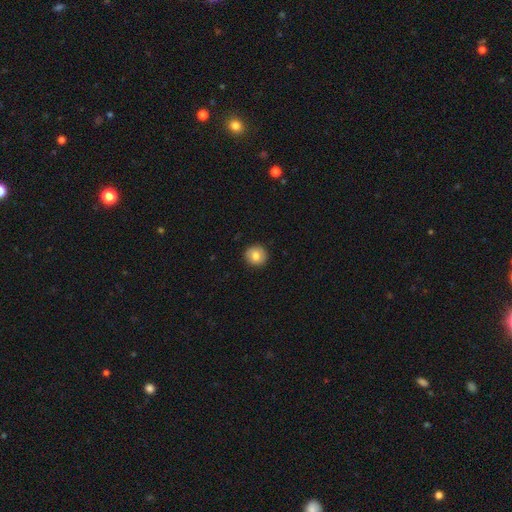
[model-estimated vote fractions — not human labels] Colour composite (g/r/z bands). It shows a smooth galaxy with no disk features (78%) that is round (92%). Merging: none (91%).